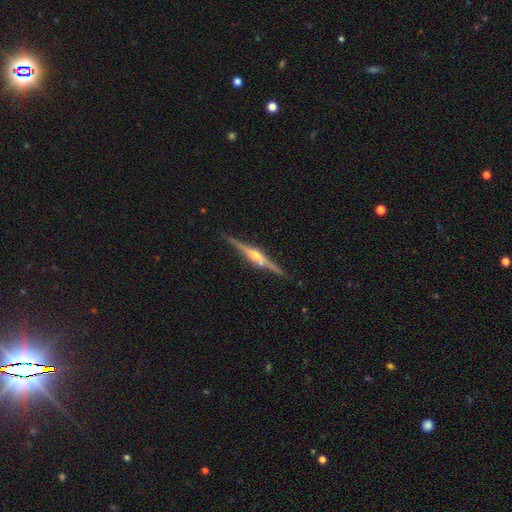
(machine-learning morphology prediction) smooth-or-featured: featured or disk: 85% | smooth: 10% | star or artifact: 6%
  disk-edge-on: yes: 98% | no: 2%
    edge-on-bulge: rounded: 88% | boxy: 9% | none: 4%
  merging: none: 89% | minor disturbance: 8% | merger: 2% | major disturbance: 2%